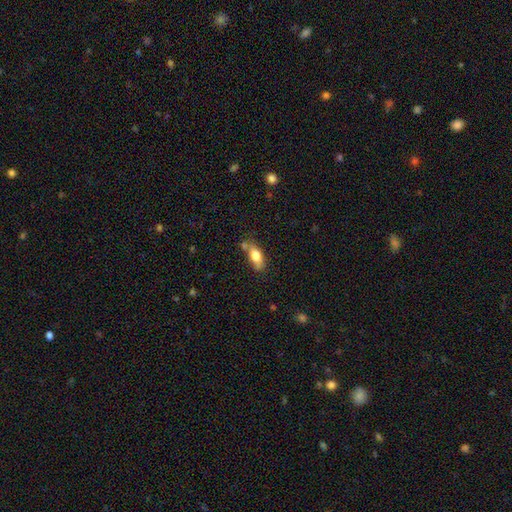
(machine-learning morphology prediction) smooth 75%, featured or disk 18%, star or artifact 7%. Down the decision tree: how rounded — in between (81%); merging — none (61%).